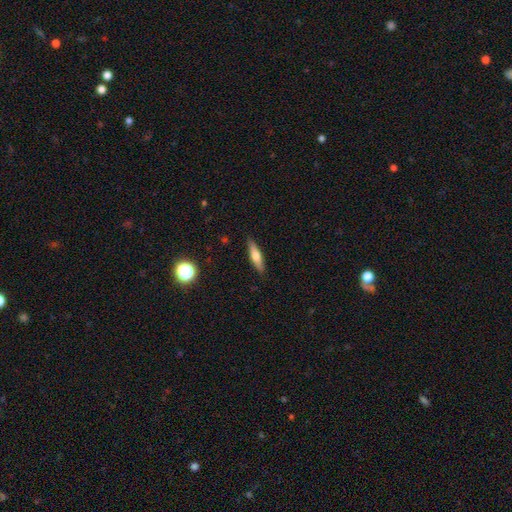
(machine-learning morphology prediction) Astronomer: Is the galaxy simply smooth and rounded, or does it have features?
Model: smooth — 53% (runner-up: featured or disk, 40%).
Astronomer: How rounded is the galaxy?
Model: cigar-shaped — 75%.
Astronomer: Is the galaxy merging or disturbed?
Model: none — 89%.